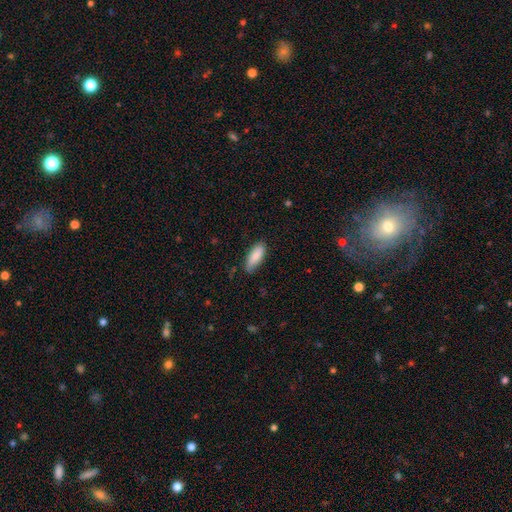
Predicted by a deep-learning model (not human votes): The model was most divided on "how rounded": in between: 77%, cigar-shaped: 22%, round: 2%. More confident: smooth or featured — smooth (85%); merging — none (77%).